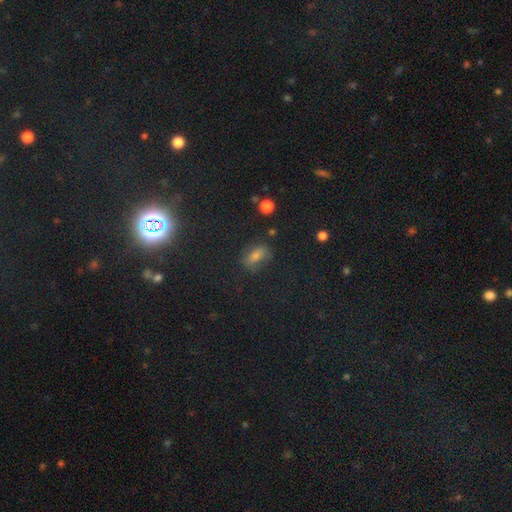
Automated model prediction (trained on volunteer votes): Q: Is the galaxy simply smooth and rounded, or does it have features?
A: smooth — 51%.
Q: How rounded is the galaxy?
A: in between — 77%.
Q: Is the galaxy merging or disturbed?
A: none — 70%.